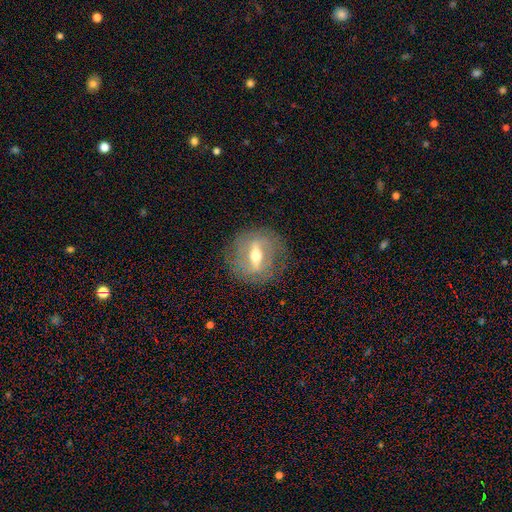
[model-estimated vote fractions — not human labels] A featured or disk galaxy (76%).

Vote fractions:
- Smooth or featured? featured or disk: 76% / smooth: 17% / star or artifact: 7%
- Edge-on disk? no: 63% / yes: 37%
- Merging? none: 82% / minor disturbance: 11% / major disturbance: 6% / merger: 1%